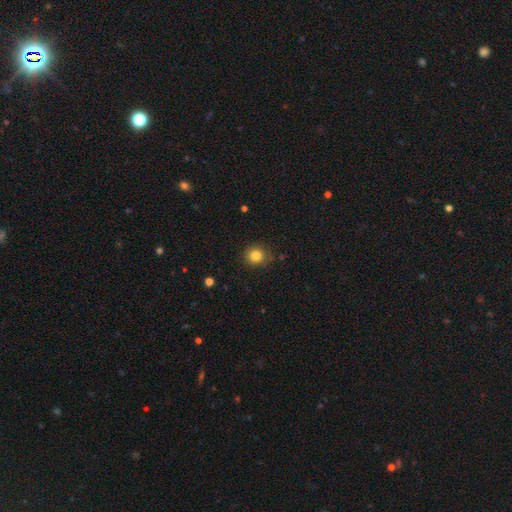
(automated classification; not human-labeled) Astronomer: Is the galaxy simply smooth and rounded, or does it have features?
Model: smooth — 84%.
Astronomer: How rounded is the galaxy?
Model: round — 88%.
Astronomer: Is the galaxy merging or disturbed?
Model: none — 84%.